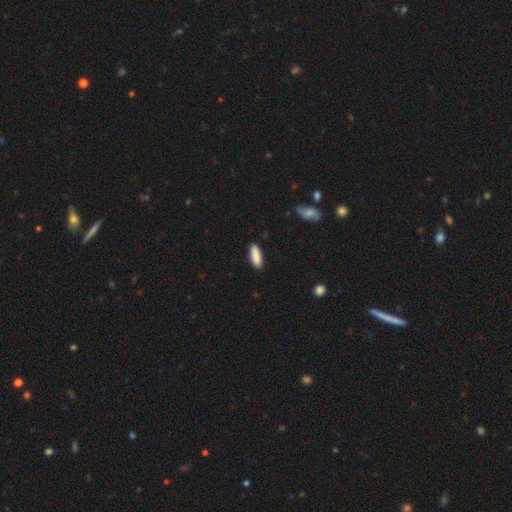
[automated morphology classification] type=smooth (89%); roundness=in between (56%); merging=none (87%).